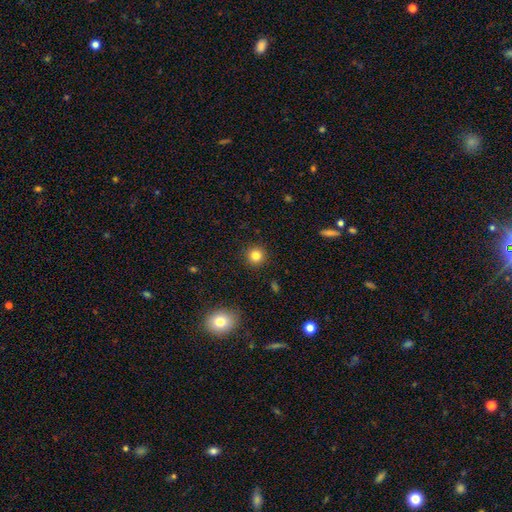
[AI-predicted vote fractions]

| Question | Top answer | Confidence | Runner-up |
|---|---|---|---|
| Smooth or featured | smooth | 83% | star or artifact (12%) |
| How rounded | round | 93% | in between (6%) |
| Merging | none | 91% | minor disturbance (6%) |